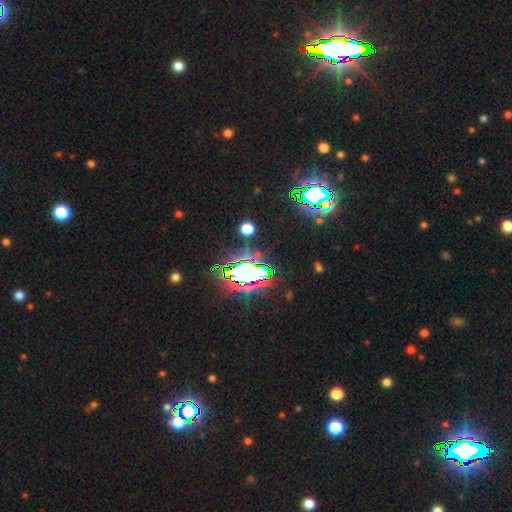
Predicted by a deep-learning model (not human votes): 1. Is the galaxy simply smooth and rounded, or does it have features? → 75% star or artifact, 14% smooth, 11% featured or disk.